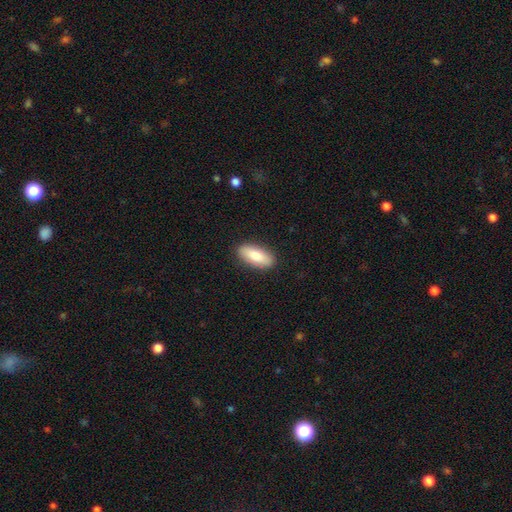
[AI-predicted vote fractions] Smooth or featured: smooth — 83% (featured or disk — 12%)
How rounded: in between — 80% (cigar-shaped — 17%)
Merging: none — 89% (minor disturbance — 8%)